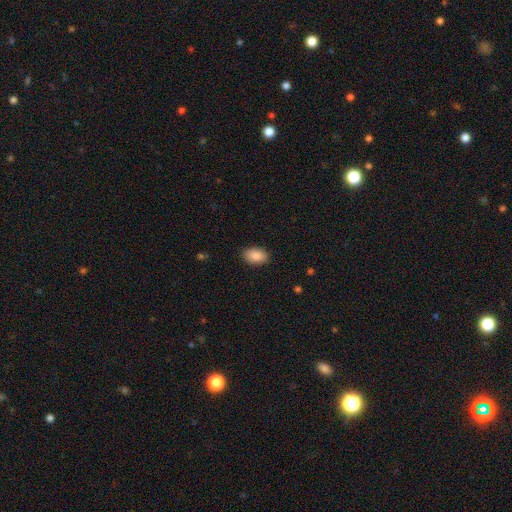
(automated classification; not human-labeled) Smooth or featured? smooth (88%)
How rounded? in between (91%)
Merging? none (88%)